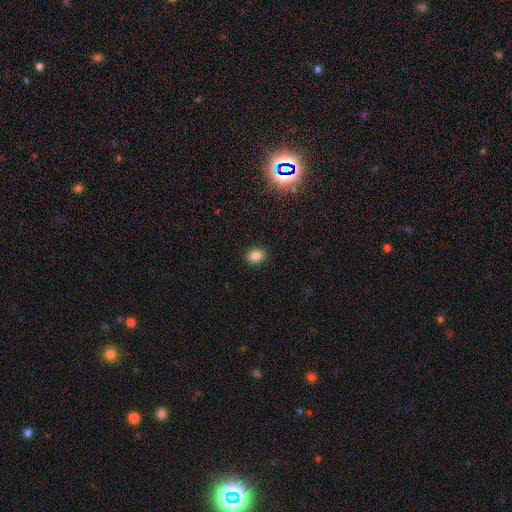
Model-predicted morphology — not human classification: Overall: smooth (85%). How rounded: in between (51%; round 48%). Merging: none (90%).